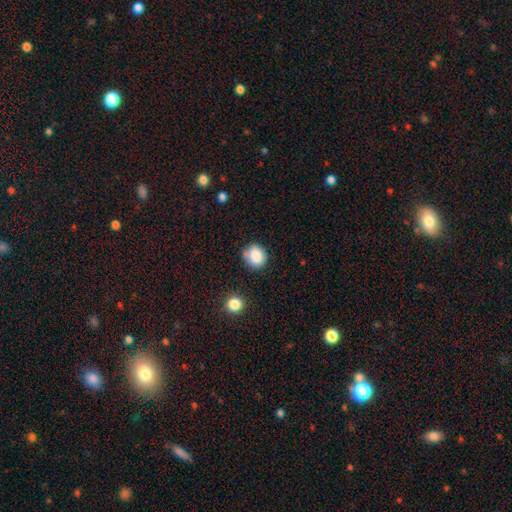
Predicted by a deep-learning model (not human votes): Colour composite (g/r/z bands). It shows a smooth galaxy with no disk features (84%) that is round (73%). Merging: none (70%).